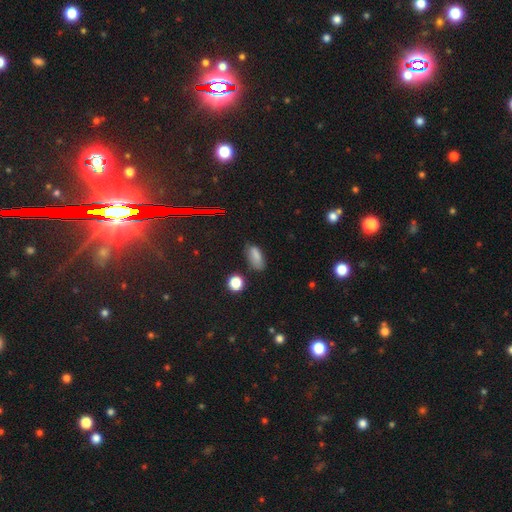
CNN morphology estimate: smooth 79%, star or artifact 13%, featured or disk 8%. Down the decision tree: how rounded — in between (80%); merging — none (63%).